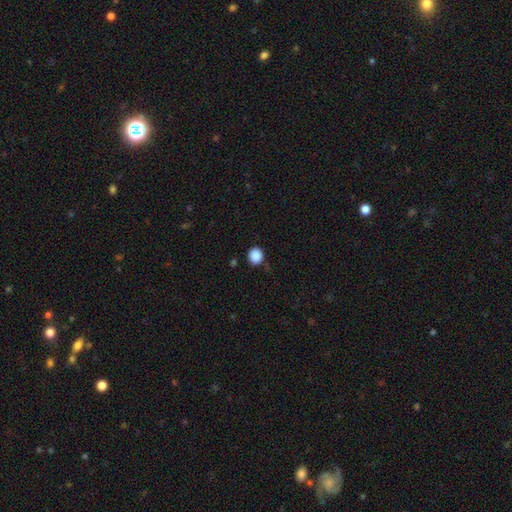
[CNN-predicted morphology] smooth_or_featured: smooth (p=0.88) [alt: star or artifact p=0.09]
how_rounded: round (p=0.86) [alt: in between p=0.13]
merging: none (p=0.87) [alt: minor disturbance p=0.08]